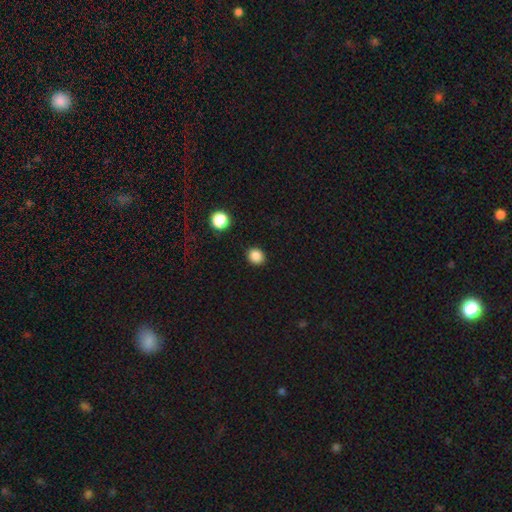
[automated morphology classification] A smooth galaxy with no disk features (86%) that is round (79%).

Vote fractions:
- Smooth or featured? smooth: 86% / star or artifact: 11% / featured or disk: 3%
- How rounded? round: 79% / in between: 20% / cigar-shaped: 1%
- Merging? none: 90% / minor disturbance: 6% / major disturbance: 2% / merger: 1%